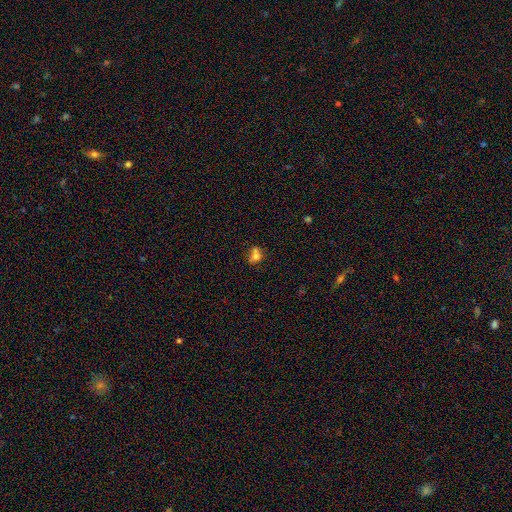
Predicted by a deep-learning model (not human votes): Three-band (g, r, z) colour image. It shows a smooth galaxy with no disk features (71%) that is round (64%). Merging: merger (45%).